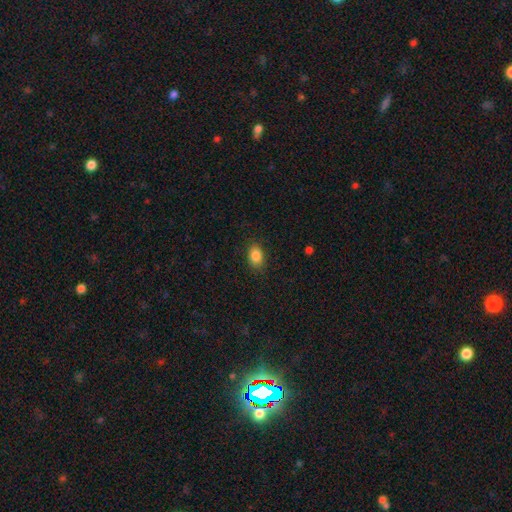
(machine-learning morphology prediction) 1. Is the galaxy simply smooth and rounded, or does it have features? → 86% smooth, 9% star or artifact, 5% featured or disk.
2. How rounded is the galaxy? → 81% in between, 18% round, 1% cigar-shaped.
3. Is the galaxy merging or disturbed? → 86% none, 10% minor disturbance, 3% major disturbance, 1% merger.